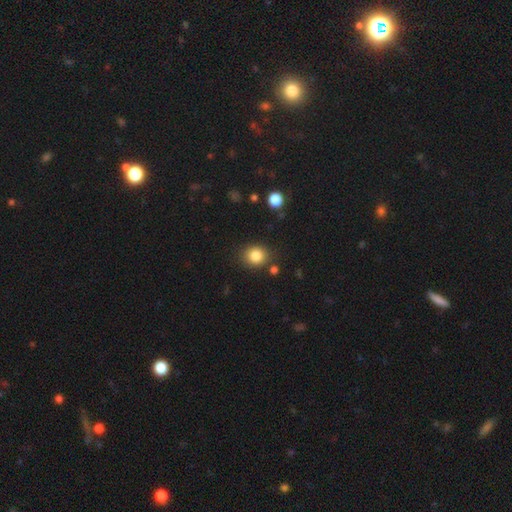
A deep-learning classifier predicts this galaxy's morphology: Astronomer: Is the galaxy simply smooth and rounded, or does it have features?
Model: smooth — 84%.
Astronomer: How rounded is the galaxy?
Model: round — 75%.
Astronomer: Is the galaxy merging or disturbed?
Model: none — 83%.